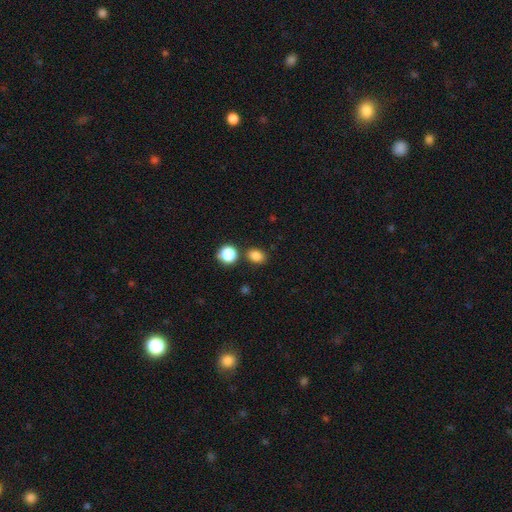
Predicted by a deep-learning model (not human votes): Smooth or featured?
  - smooth: 83% *
  - star or artifact: 13%
  - featured or disk: 4%
How rounded?
  - in between: 58% *
  - round: 41%
  - cigar-shaped: 1%
Merging?
  - none: 79% *
  - minor disturbance: 10%
  - merger: 8%
  - major disturbance: 3%